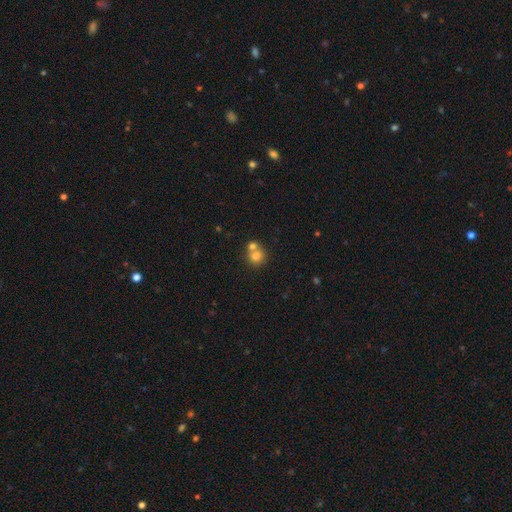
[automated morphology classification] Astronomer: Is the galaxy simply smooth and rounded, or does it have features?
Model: smooth — 76%.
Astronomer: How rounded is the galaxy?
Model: round — 85%.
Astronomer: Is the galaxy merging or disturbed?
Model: merger — 47% (runner-up: none, 44%).